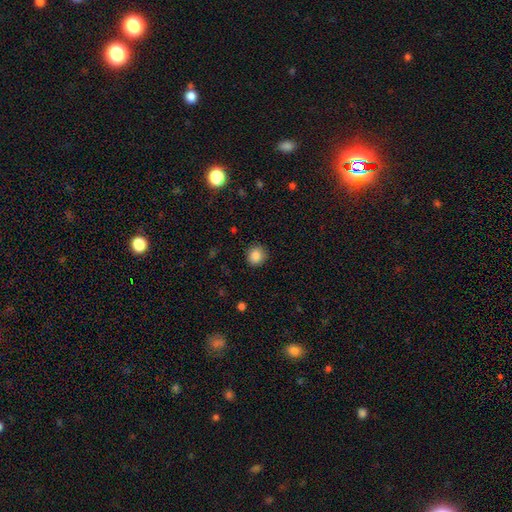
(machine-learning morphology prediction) smooth 87%, star or artifact 10%, featured or disk 4%. Down the decision tree: how rounded — round (88%); merging — none (88%).